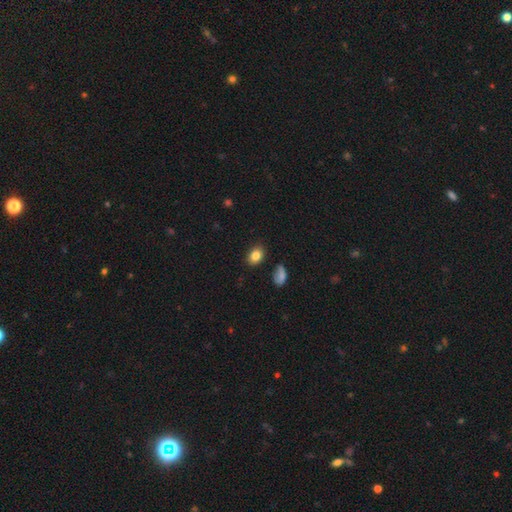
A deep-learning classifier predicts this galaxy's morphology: Smooth or featured? smooth (83%)
How rounded? in between (72%)
Merging? none (84%)